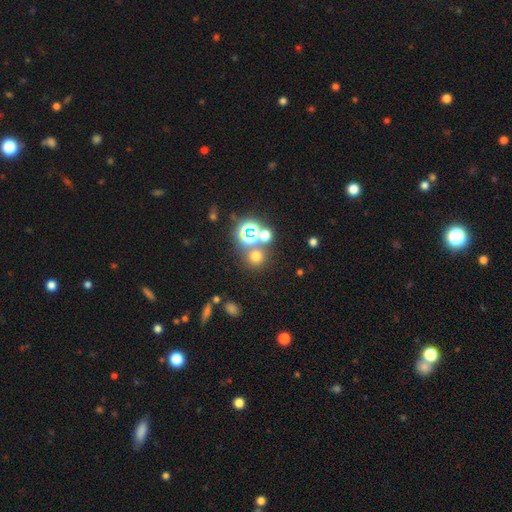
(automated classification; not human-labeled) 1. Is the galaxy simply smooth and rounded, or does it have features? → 60% smooth, 32% star or artifact, 8% featured or disk.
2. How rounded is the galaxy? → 89% round, 9% in between, 1% cigar-shaped.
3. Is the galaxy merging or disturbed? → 71% none, 18% merger, 7% minor disturbance, 4% major disturbance.